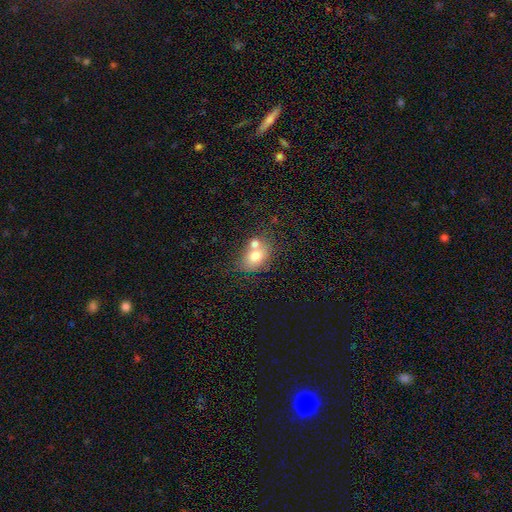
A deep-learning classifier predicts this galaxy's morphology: Smooth or featured? Predicted: smooth (p=0.70). How rounded? Predicted: in between (p=0.69). Merging? Predicted: merger (p=0.46).